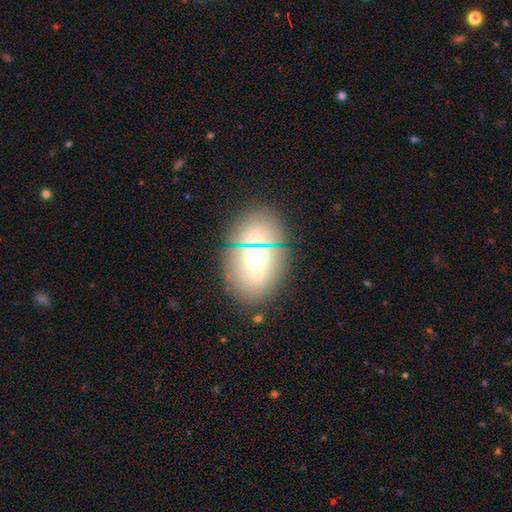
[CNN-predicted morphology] This is possibly a smooth galaxy (53%). How rounded: possibly in between (56%). Merging: likely none (76%).